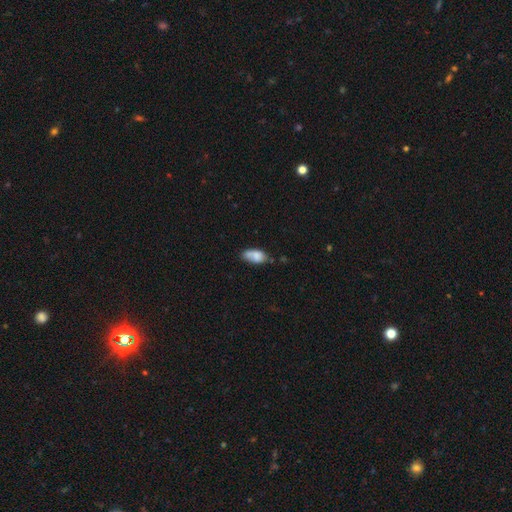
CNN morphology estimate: smooth 75%, featured or disk 17%, star or artifact 8%. Down the decision tree: how rounded — in between (89%); merging — none (50%).